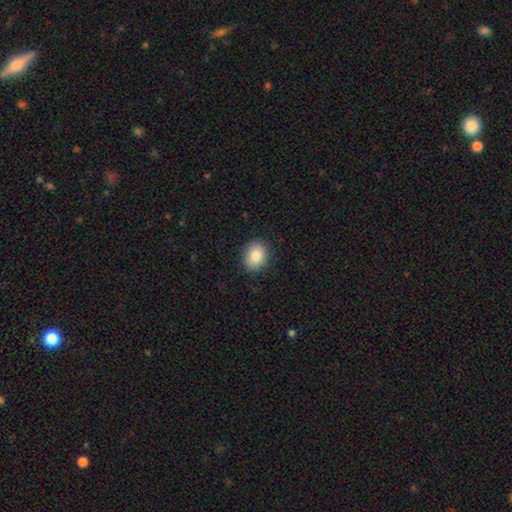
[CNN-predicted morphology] smooth-or-featured: smooth: 85% | star or artifact: 8% | featured or disk: 7%
  how-rounded: round: 57% | in between: 43% | cigar-shaped: 1%
  merging: none: 87% | minor disturbance: 9% | major disturbance: 2% | merger: 1%